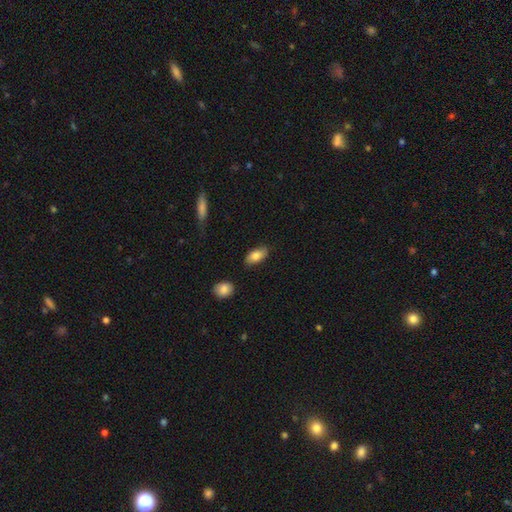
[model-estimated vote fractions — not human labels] smooth_or_featured: smooth (p=0.82) [alt: featured or disk p=0.12]
how_rounded: in between (p=0.91) [alt: cigar-shaped p=0.05]
merging: none (p=0.82) [alt: minor disturbance p=0.13]